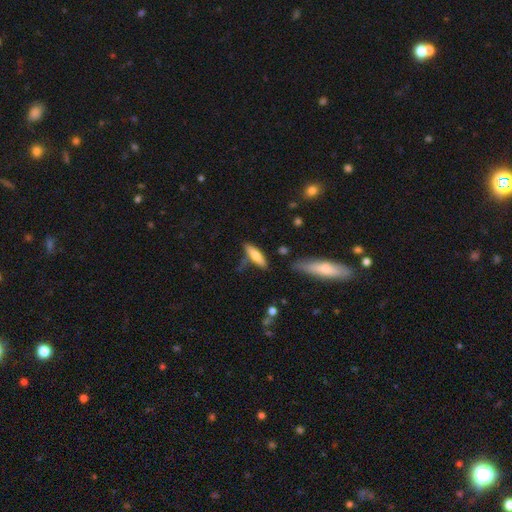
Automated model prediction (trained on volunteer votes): Smooth or featured?
  - smooth: 66% *
  - featured or disk: 27%
  - star or artifact: 7%
How rounded?
  - cigar-shaped: 60% *
  - in between: 38%
  - round: 2%
Merging?
  - none: 65% *
  - minor disturbance: 21%
  - merger: 8%
  - major disturbance: 7%